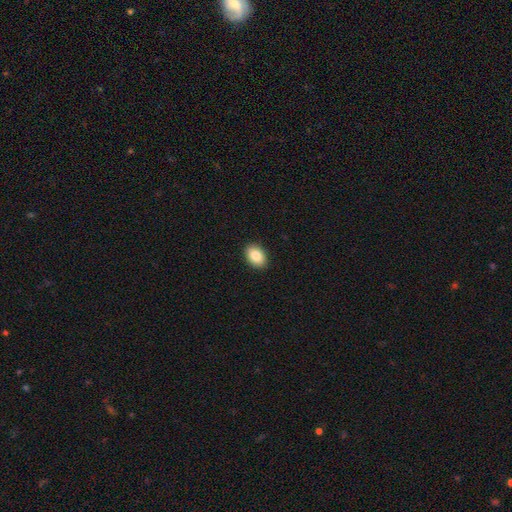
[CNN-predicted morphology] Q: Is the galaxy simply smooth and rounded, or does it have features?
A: smooth — 86%.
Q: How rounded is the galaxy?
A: in between — 82%.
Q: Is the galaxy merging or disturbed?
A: none — 91%.